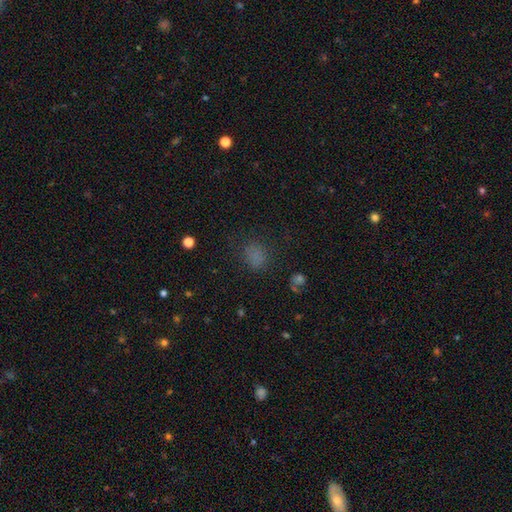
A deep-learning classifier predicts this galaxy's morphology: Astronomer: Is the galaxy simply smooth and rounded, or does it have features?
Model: smooth — 70%.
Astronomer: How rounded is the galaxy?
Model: round — 53% (runner-up: in between, 46%).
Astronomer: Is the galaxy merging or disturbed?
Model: none — 71%.